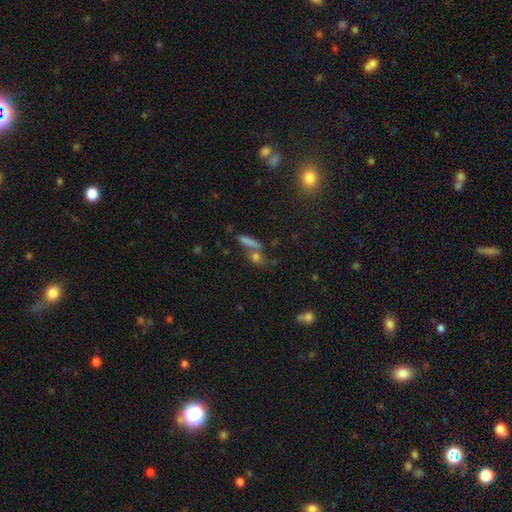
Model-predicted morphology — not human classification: Overall: smooth (57%; star or artifact 25%). How rounded: cigar-shaped (34%, tied with round). Merging: none (55%; merger 29%).